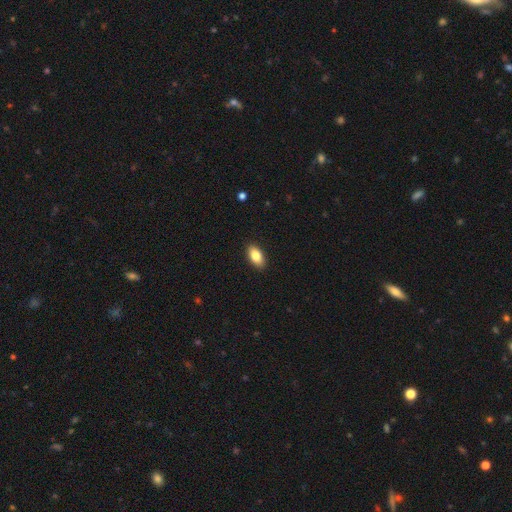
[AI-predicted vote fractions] Morphology: type=smooth (84%); roundness=in between (92%); merging=none (90%).